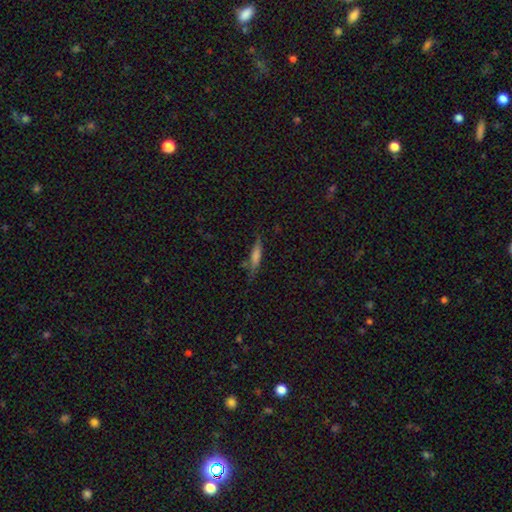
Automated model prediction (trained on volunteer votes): Q: Smooth or featured?
A: smooth (60%); runner-up: featured or disk (30%)
Q: How rounded?
A: cigar-shaped (80%); runner-up: in between (18%)
Q: Merging?
A: none (70%); runner-up: minor disturbance (21%)